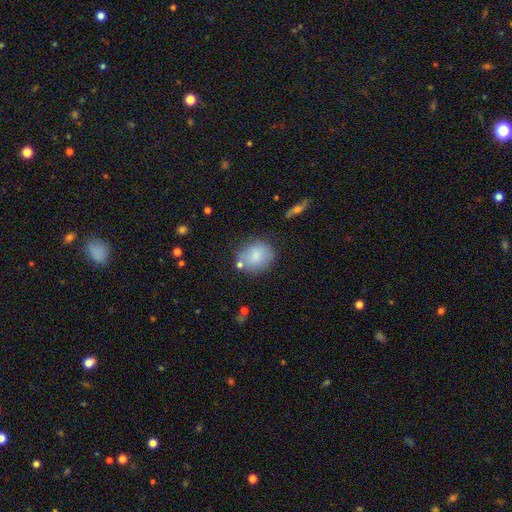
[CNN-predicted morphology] Q: Smooth or featured?
A: smooth (80%); runner-up: featured or disk (12%)
Q: How rounded?
A: round (61%); runner-up: in between (38%)
Q: Merging?
A: none (69%); runner-up: minor disturbance (18%)